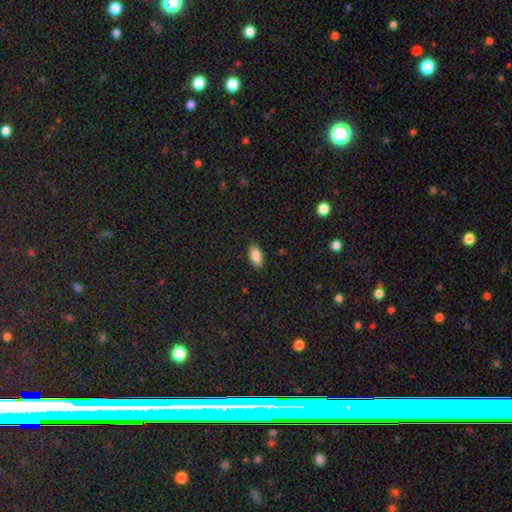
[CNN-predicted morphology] Q: Smooth or featured?
A: smooth (88%); runner-up: star or artifact (7%)
Q: How rounded?
A: in between (90%); runner-up: cigar-shaped (8%)
Q: Merging?
A: none (88%); runner-up: minor disturbance (9%)